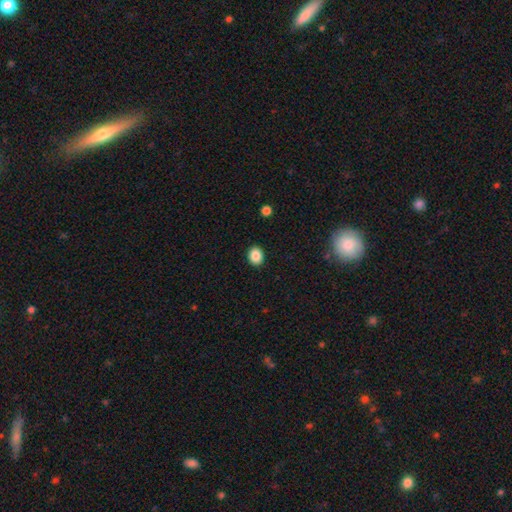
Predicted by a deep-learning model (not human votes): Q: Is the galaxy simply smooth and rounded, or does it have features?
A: smooth — 87%.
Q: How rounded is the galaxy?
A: round — 52%.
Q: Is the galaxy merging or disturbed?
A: none — 91%.